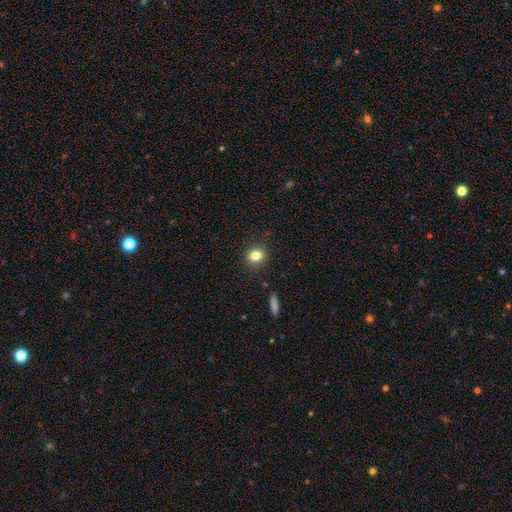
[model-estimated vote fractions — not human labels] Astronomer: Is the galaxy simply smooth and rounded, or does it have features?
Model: smooth — 81%.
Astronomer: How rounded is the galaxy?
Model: round — 70%.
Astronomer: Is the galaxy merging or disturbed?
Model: none — 87%.